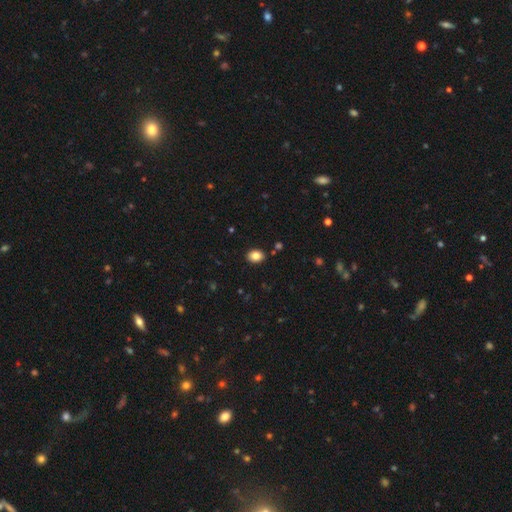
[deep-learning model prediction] A smooth galaxy with no disk features (84%) that is in between round and cigar-shaped (62%).

Vote fractions:
- Smooth or featured? smooth: 84% / star or artifact: 10% / featured or disk: 6%
- How rounded? in between: 62% / round: 37% / cigar-shaped: 1%
- Merging? none: 88% / minor disturbance: 8% / merger: 2% / major disturbance: 2%